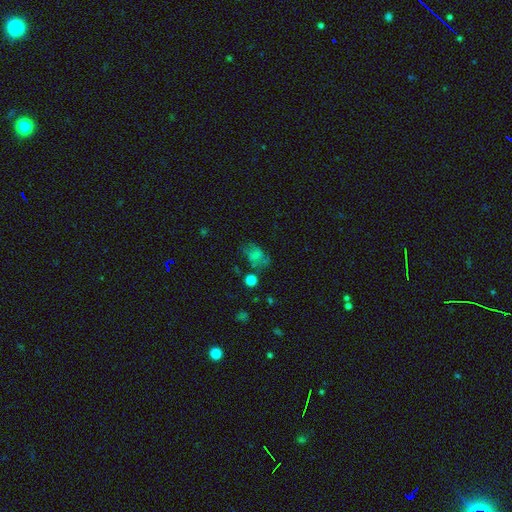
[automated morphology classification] This appears to be a smooth galaxy with no disk features (59%) that is in between round and cigar-shaped (73%). Merging: none (47%).